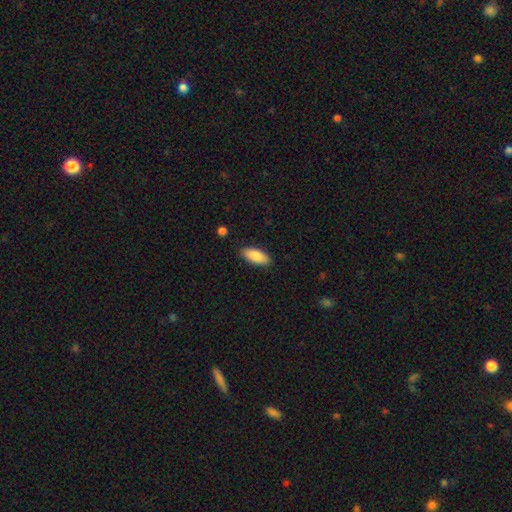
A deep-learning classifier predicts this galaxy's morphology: smooth-or-featured: smooth: 87% | featured or disk: 7% | star or artifact: 6%
  how-rounded: in between: 84% | cigar-shaped: 14% | round: 2%
  merging: none: 87% | minor disturbance: 9% | major disturbance: 2% | merger: 1%